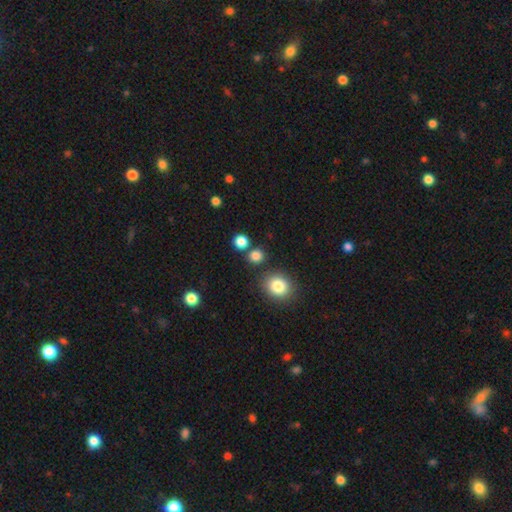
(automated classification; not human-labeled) Smooth or featured? smooth (82%)
How rounded? round (87%)
Merging? none (81%)